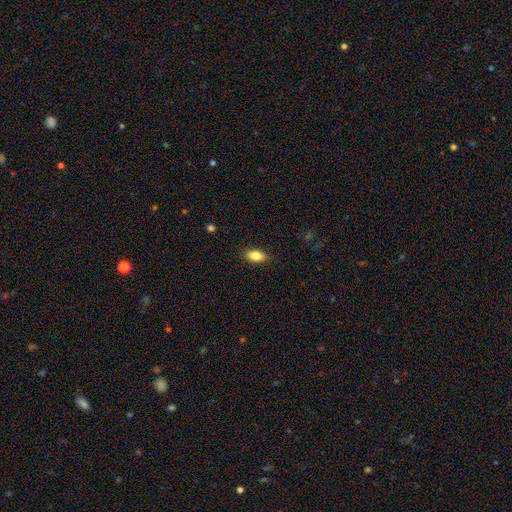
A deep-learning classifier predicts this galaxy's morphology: This is clearly a smooth galaxy (84%). How rounded: clearly in between (89%). Merging: clearly none (88%).